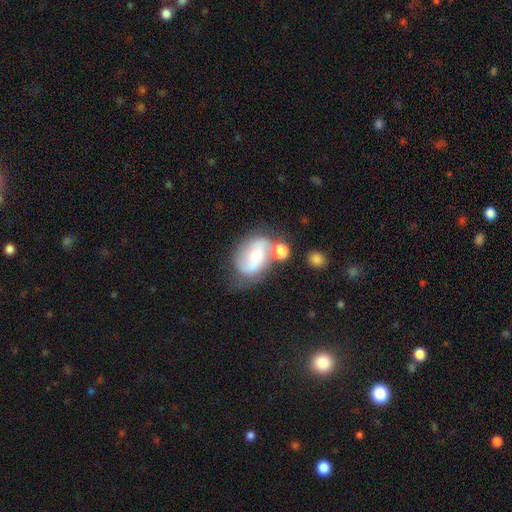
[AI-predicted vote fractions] Smooth or featured?
  - featured or disk: 60% *
  - smooth: 32%
  - star or artifact: 9%
Edge-on disk?
  - no: 95% *
  - yes: 5%
Bar?
  - no: 45% *
  - weak: 34%
  - strong: 22%
Spiral arms?
  - yes: 74% *
  - no: 26%
Bulge size?
  - moderate: 52% *
  - small: 39%
  - large: 5%
  - none: 2%
  - dominant: 2%
Merging?
  - none: 46% *
  - minor disturbance: 22%
  - merger: 19%
  - major disturbance: 13%